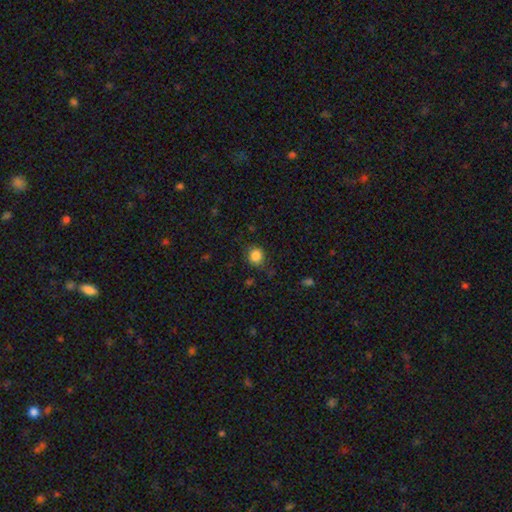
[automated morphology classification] Smooth or featured? Predicted: smooth (p=0.85). How rounded? Predicted: round (p=0.84). Merging? Predicted: none (p=0.80).